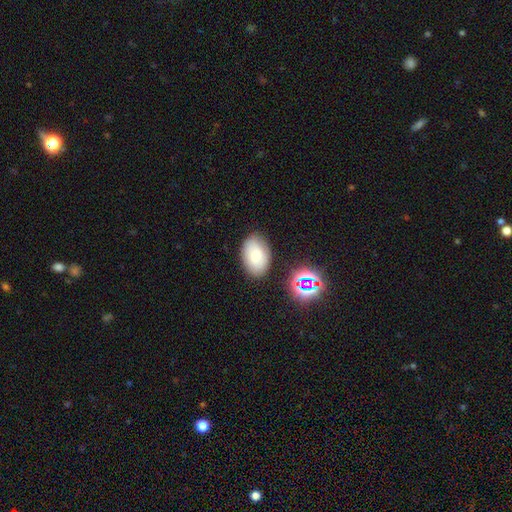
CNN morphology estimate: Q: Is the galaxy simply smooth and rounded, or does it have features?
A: smooth — 69%.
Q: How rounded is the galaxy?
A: in between — 89%.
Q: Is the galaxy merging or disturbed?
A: none — 83%.